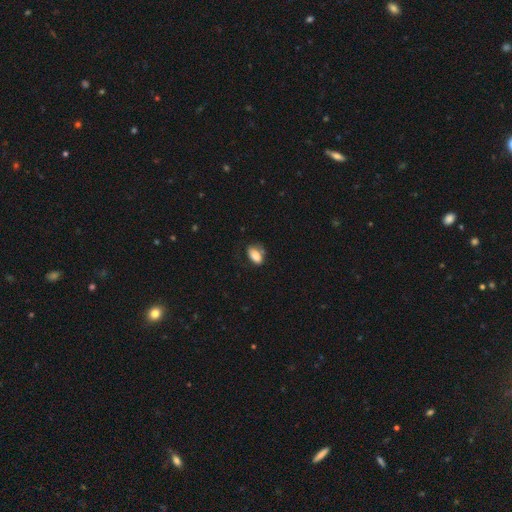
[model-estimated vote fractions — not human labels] This appears to be a smooth galaxy with no disk features (83%) that is in between round and cigar-shaped (90%). Merging: none (60%).